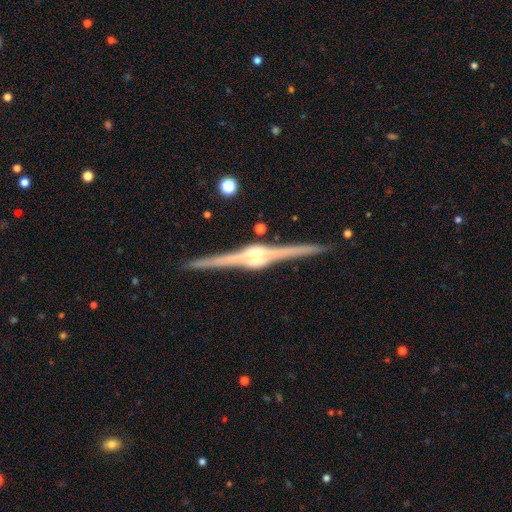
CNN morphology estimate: smooth-or-featured: featured or disk: 91% | smooth: 5% | star or artifact: 5%
  disk-edge-on: yes: 99% | no: 1%
    edge-on-bulge: rounded: 83% | boxy: 15% | none: 3%
  merging: none: 88% | minor disturbance: 8% | merger: 2% | major disturbance: 2%